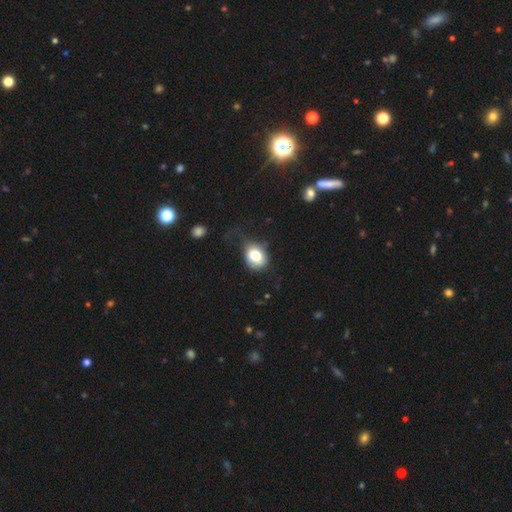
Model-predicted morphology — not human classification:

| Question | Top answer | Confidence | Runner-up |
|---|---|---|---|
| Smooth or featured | smooth | 79% | featured or disk (12%) |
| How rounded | in between | 50% | round (49%) |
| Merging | none | 47% | minor disturbance (30%) |